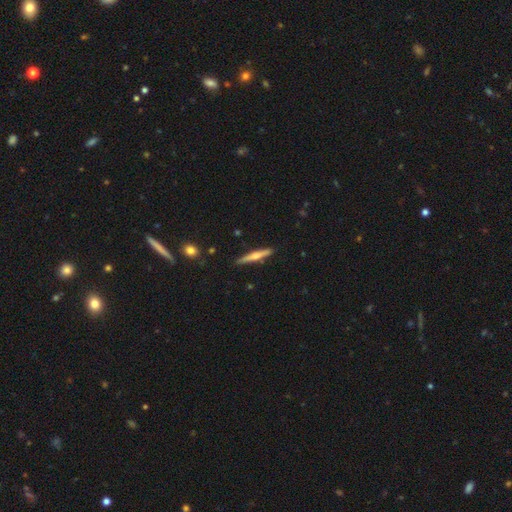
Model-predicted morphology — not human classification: smooth_or_featured: featured or disk (p=0.53) [alt: smooth p=0.41]
disk_edge_on: yes (p=0.97) [alt: no p=0.03]
edge_on_bulge: rounded (p=0.76) [alt: none p=0.14]
merging: none (p=0.88) [alt: minor disturbance p=0.09]